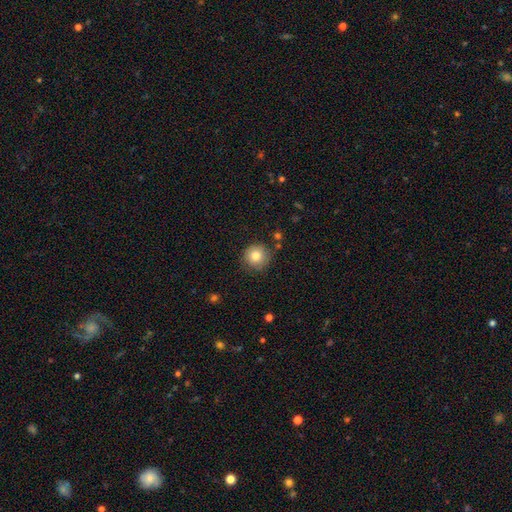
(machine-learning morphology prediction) smooth 82%, star or artifact 10%, featured or disk 9%. Down the decision tree: how rounded — round (95%); merging — none (84%).